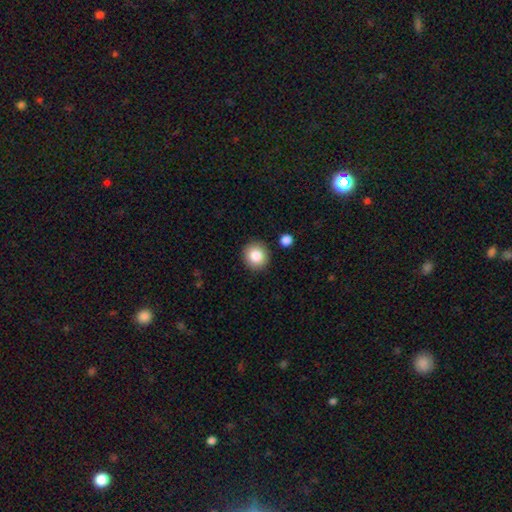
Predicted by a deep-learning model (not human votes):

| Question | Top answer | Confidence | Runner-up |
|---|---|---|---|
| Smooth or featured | smooth | 85% | star or artifact (9%) |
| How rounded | round | 90% | in between (9%) |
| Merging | none | 89% | minor disturbance (7%) |